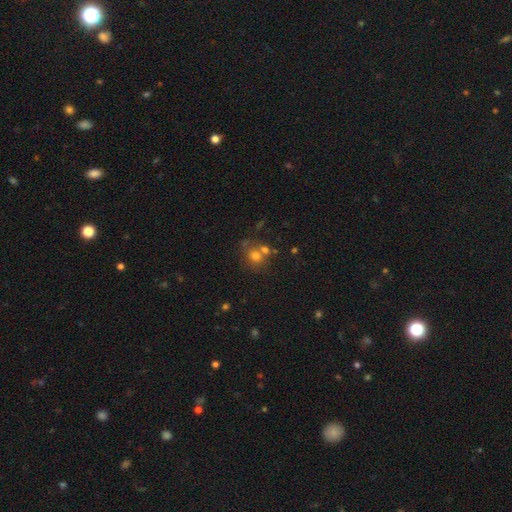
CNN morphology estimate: Smooth or featured: smooth — 68% (featured or disk — 16%)
How rounded: round — 73% (in between — 26%)
Merging: none — 49% (merger — 33%)